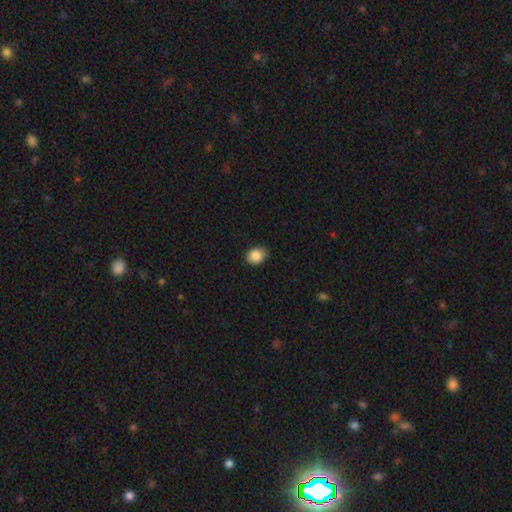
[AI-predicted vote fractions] Morphology: type=smooth (87%); roundness=round (50%); merging=none (79%).